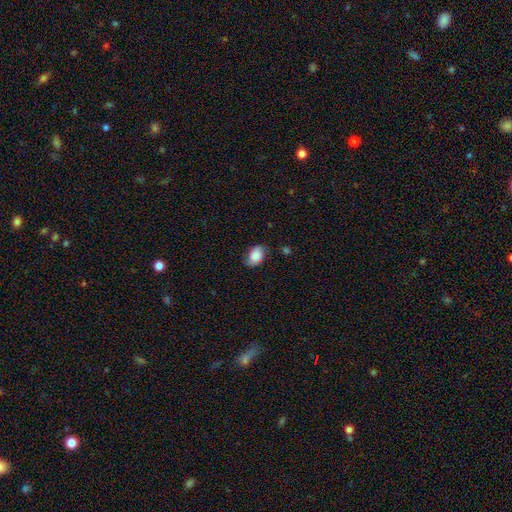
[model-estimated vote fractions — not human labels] A smooth galaxy with no disk features (82%) that is in between round and cigar-shaped (87%). Merging: none (72%).